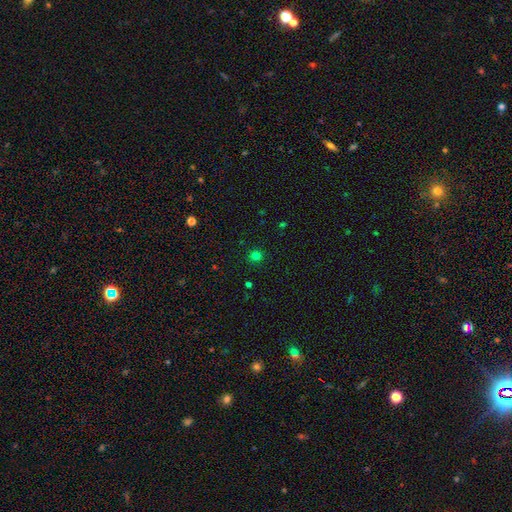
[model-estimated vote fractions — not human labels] Q: Smooth or featured?
A: smooth (76%); runner-up: star or artifact (20%)
Q: How rounded?
A: round (92%); runner-up: in between (7%)
Q: Merging?
A: none (91%); runner-up: minor disturbance (6%)